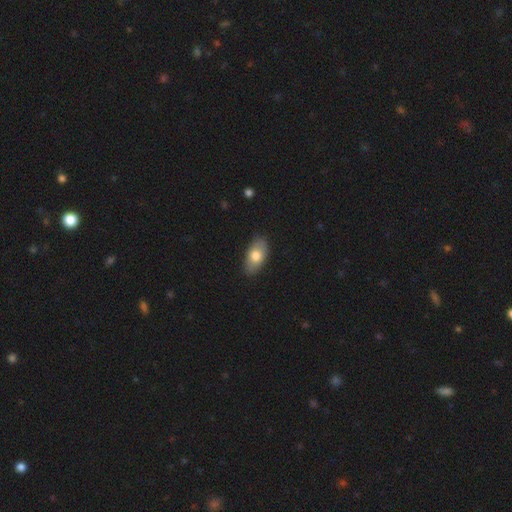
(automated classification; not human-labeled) This is likely a smooth galaxy (75%). How rounded: clearly in between (91%). Merging: clearly none (86%).